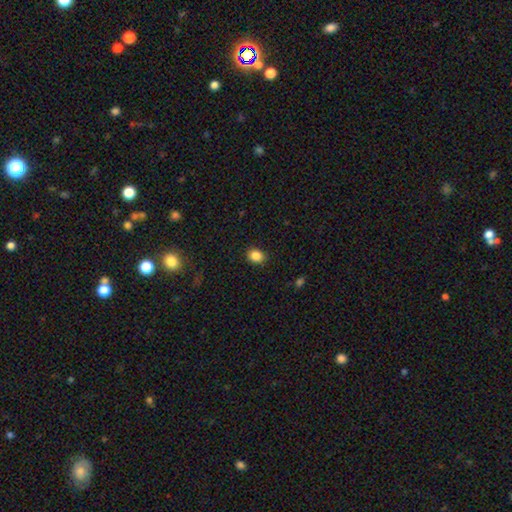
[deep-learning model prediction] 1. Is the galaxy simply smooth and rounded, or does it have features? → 86% smooth, 10% star or artifact, 4% featured or disk.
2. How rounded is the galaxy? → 50% in between, 49% round, 1% cigar-shaped.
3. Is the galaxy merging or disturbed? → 89% none, 8% minor disturbance, 2% major disturbance, 1% merger.